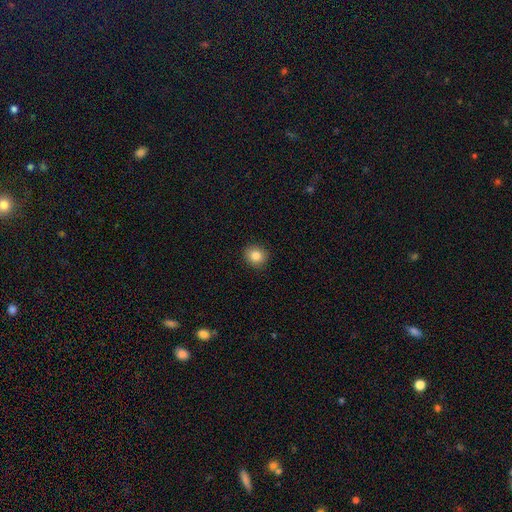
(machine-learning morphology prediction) type=smooth (84%); roundness=round (81%); merging=none (91%).